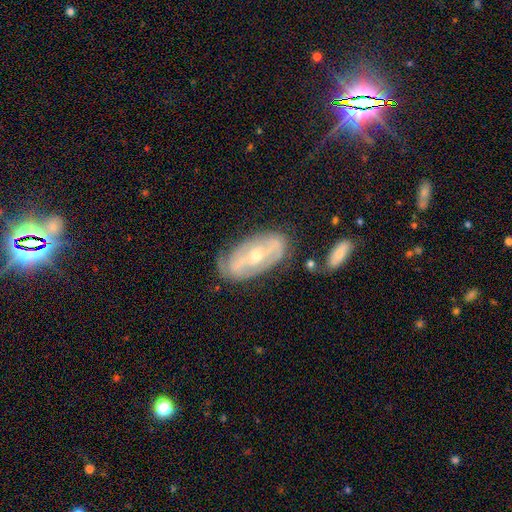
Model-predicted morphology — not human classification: smooth_or_featured: featured or disk (p=0.77) [alt: smooth p=0.17]
disk_edge_on: no (p=0.92) [alt: yes p=0.08]
bar: weak (p=0.34) [tied with: no p=0.34]
has_spiral_arms: yes (p=0.76) [alt: no p=0.24]
spiral_winding: tight (p=0.52) [alt: medium p=0.32]
spiral_arm_count: 2 (p=0.53) [alt: can't tell p=0.33]
bulge_size: moderate (p=0.52) [alt: small p=0.44]
merging: none (p=0.67) [alt: minor disturbance p=0.22]